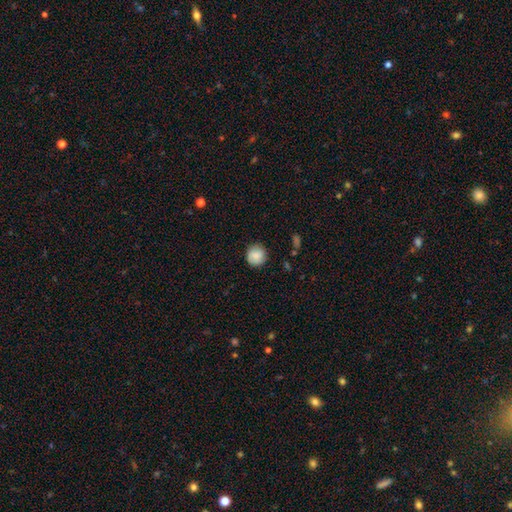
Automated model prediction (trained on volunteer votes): Q: Smooth or featured?
A: smooth (84%); runner-up: featured or disk (8%)
Q: How rounded?
A: round (91%); runner-up: in between (8%)
Q: Merging?
A: none (84%); runner-up: minor disturbance (12%)